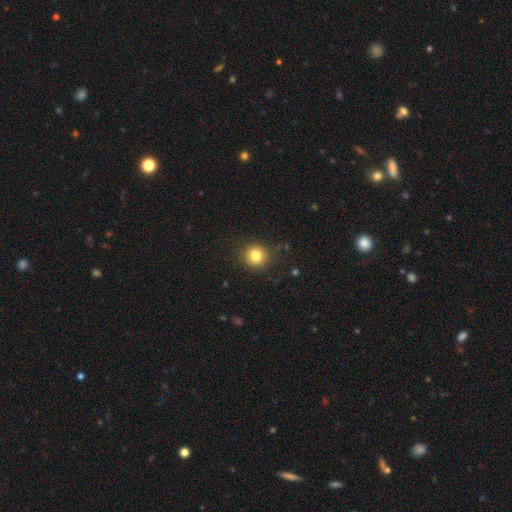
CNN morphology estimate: A smooth galaxy with no disk features (83%) that is round (91%). Merging: none (88%).